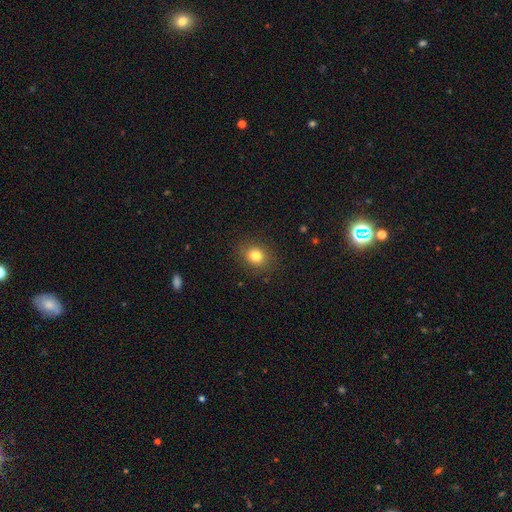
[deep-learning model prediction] Morphology: type=smooth (81%); roundness=round (63%); merging=none (87%).